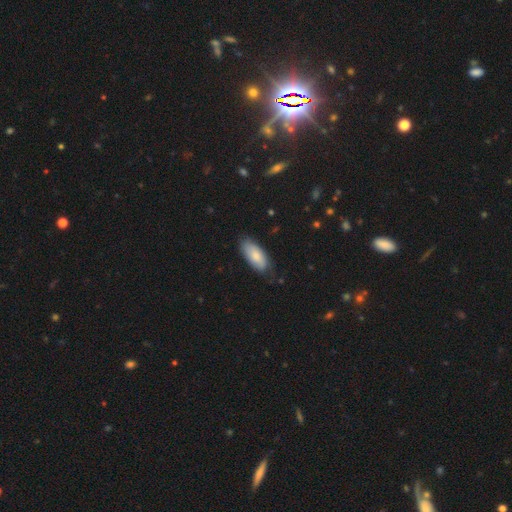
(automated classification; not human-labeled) The model was most divided on "merging": none: 74%, minor disturbance: 21%, major disturbance: 4%, merger: 1%. More confident: how rounded — in between (88%); smooth or featured — smooth (83%).